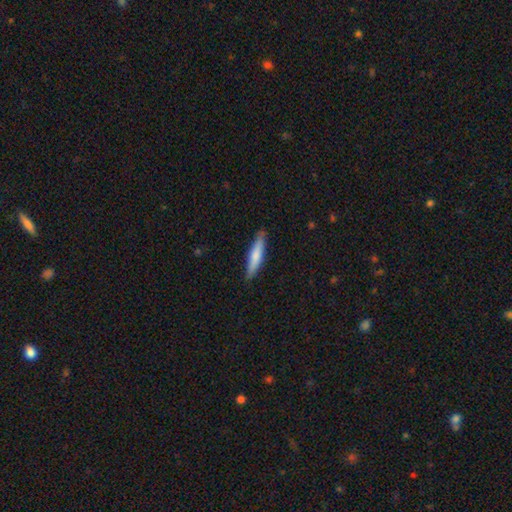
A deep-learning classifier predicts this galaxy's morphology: smooth-or-featured: smooth: 71% | featured or disk: 23% | star or artifact: 5%
  how-rounded: cigar-shaped: 86% | in between: 13% | round: 1%
  merging: none: 87% | minor disturbance: 10% | major disturbance: 2% | merger: 1%